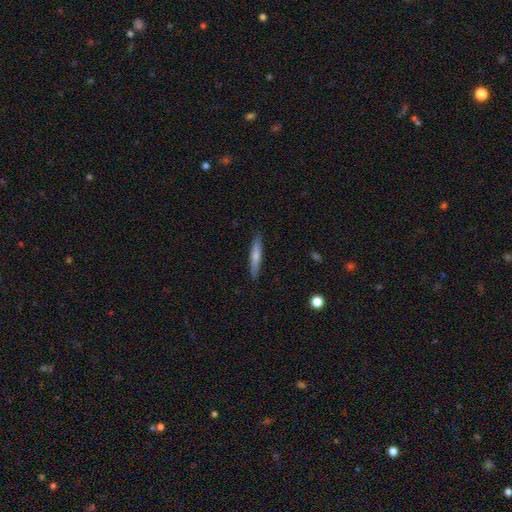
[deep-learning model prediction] smooth 67%, featured or disk 28%, star or artifact 6%. Down the decision tree: how rounded — cigar-shaped (90%); merging — none (89%).